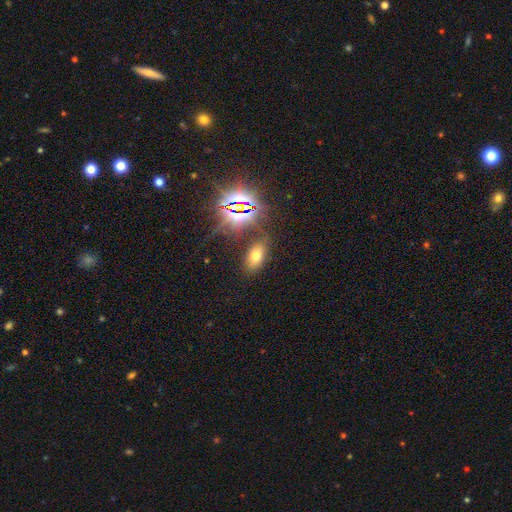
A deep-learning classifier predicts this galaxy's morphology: type=smooth (59%); roundness=in between (87%); merging=none (81%).